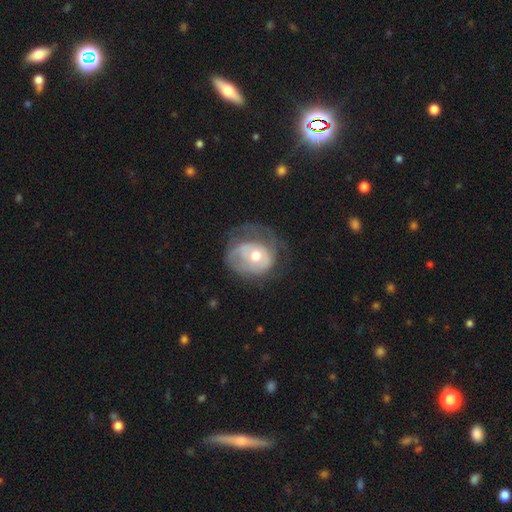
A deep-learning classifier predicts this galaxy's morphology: Q: Smooth or featured?
A: featured or disk (62%); runner-up: smooth (31%)
Q: Edge-on disk?
A: no (97%); runner-up: yes (3%)
Q: Bar?
A: no (76%); runner-up: weak (20%)
Q: Spiral arms?
A: yes (62%); runner-up: no (38%)
Q: Bulge size?
A: moderate (69%); runner-up: small (18%)
Q: Merging?
A: none (43%); runner-up: major disturbance (30%)